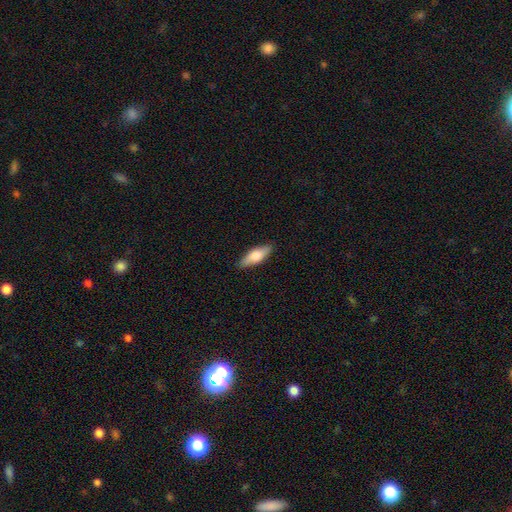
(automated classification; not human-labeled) Smooth or featured: smooth — 68% (featured or disk — 27%)
How rounded: in between — 66% (cigar-shaped — 32%)
Merging: none — 88% (minor disturbance — 9%)